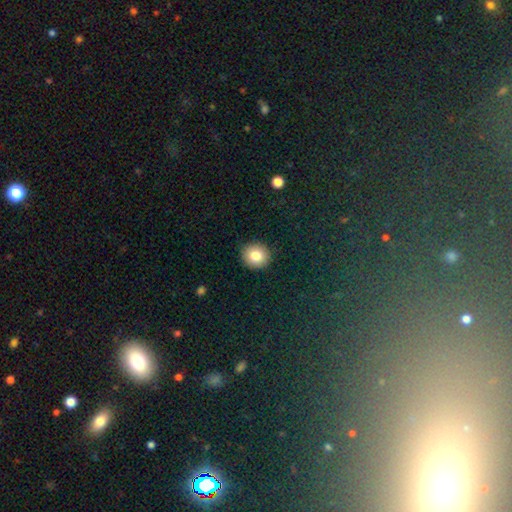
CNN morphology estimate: This is clearly a smooth galaxy (82%). How rounded: clearly round (88%). Merging: clearly none (91%).